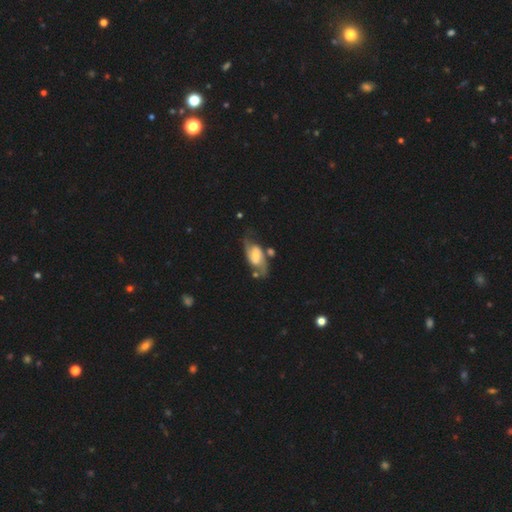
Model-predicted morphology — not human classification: Smooth or featured?
  - featured or disk: 72% *
  - smooth: 22%
  - star or artifact: 6%
Edge-on disk?
  - no: 94% *
  - yes: 6%
Bar?
  - weak: 44% *
  - no: 36%
  - strong: 20%
Spiral arms?
  - yes: 91% *
  - no: 9%
Spiral winding?
  - medium: 47% *
  - loose: 35%
  - tight: 18%
Spiral arm count?
  - 2: 87% *
  - can't tell: 7%
  - 1: 3%
  - 3: 1%
  - 4: 1%
  - more than 4: 1%
Bulge size?
  - small: 44% *
  - moderate: 33%
  - large: 11%
  - none: 10%
  - dominant: 2%
Merging?
  - none: 58% *
  - minor disturbance: 20%
  - major disturbance: 12%
  - merger: 10%